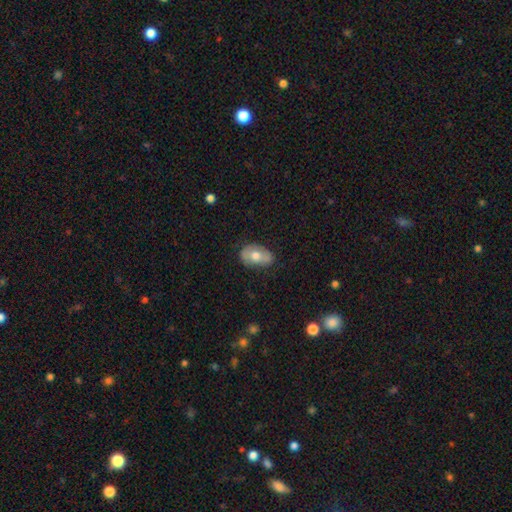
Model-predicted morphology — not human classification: type=smooth (60%); roundness=in between (87%); merging=none (69%).